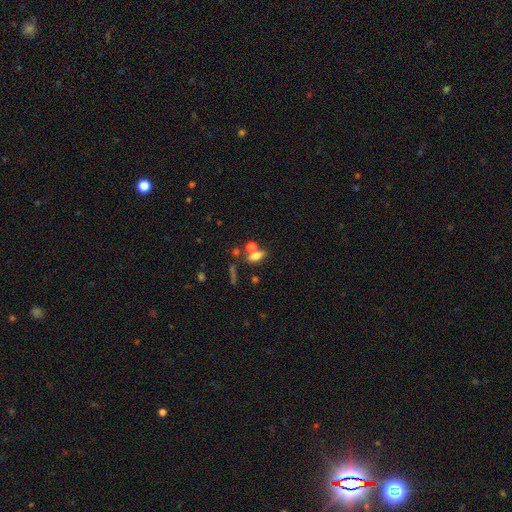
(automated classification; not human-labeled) This appears to be a smooth galaxy with no disk features (71%) that is in between round and cigar-shaped (73%). Merging: none (50%).